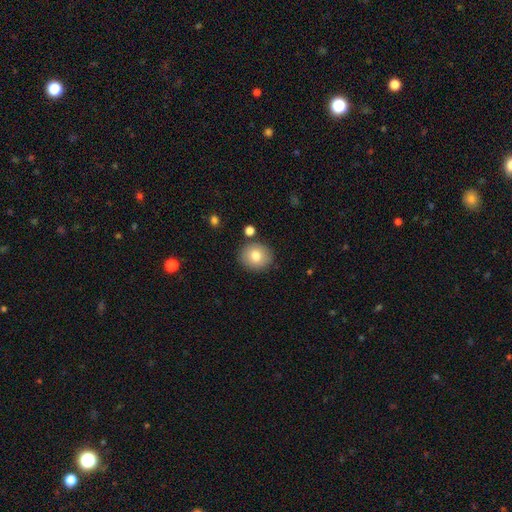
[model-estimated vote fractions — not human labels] Smooth or featured?
  - smooth: 79% *
  - featured or disk: 12%
  - star or artifact: 9%
How rounded?
  - round: 81% *
  - in between: 18%
  - cigar-shaped: 1%
Merging?
  - none: 84% *
  - minor disturbance: 9%
  - merger: 4%
  - major disturbance: 2%